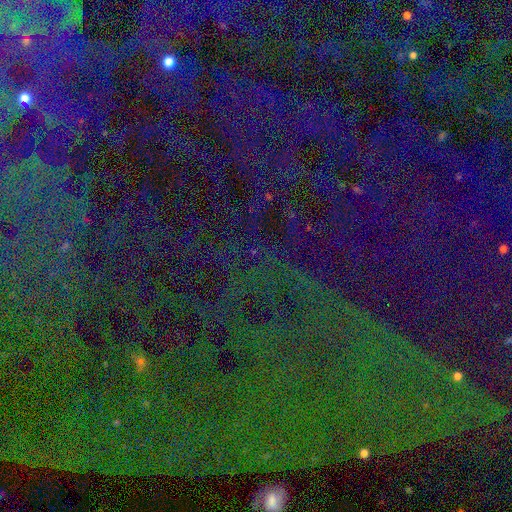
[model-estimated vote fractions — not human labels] Morphology: type=star or artifact (81%).